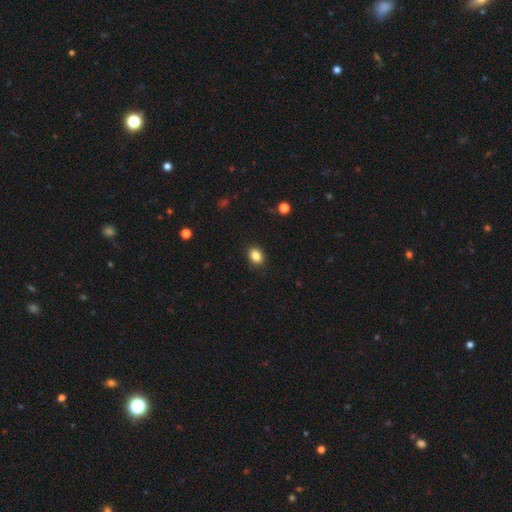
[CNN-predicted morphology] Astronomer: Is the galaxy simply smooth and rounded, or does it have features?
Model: smooth — 85%.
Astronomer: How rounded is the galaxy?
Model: in between — 68%.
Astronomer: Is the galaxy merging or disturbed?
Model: none — 89%.